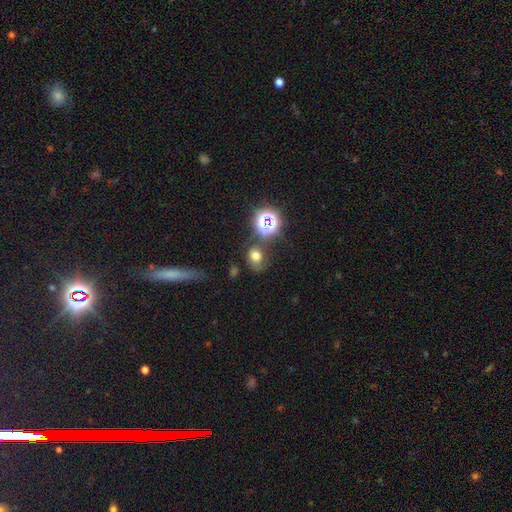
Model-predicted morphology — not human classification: type=smooth (62%); roundness=in between (52%); merging=none (52%).